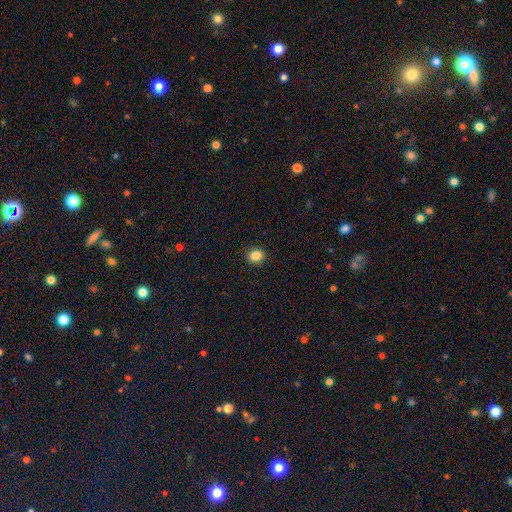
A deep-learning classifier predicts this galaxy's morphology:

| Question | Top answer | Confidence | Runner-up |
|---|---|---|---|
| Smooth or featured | smooth | 85% | star or artifact (10%) |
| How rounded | round | 71% | in between (28%) |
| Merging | none | 91% | minor disturbance (6%) |